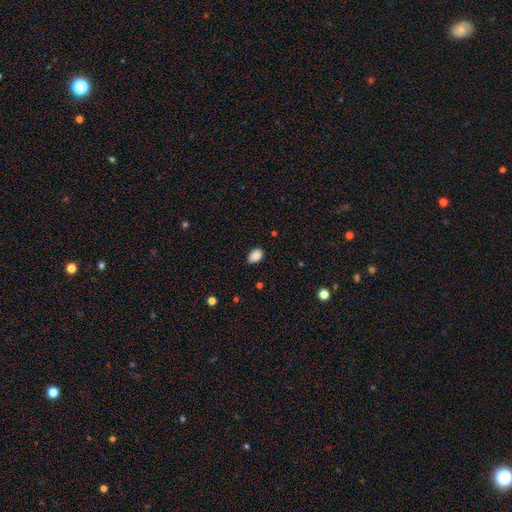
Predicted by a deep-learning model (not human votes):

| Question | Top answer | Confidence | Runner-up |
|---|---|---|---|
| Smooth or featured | smooth | 87% | star or artifact (8%) |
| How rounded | in between | 86% | round (13%) |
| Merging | none | 79% | minor disturbance (18%) |